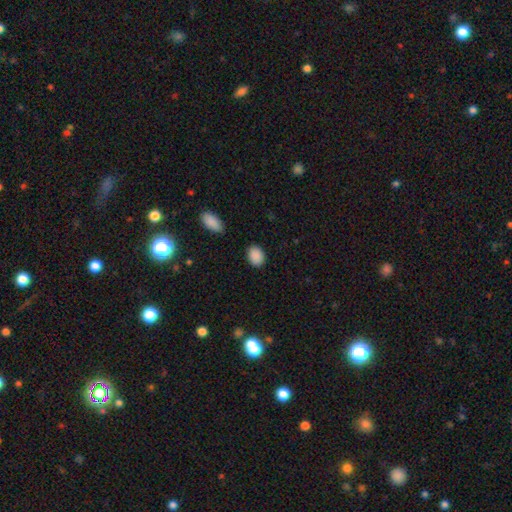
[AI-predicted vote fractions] Q: Smooth or featured?
A: smooth (89%); runner-up: star or artifact (8%)
Q: How rounded?
A: in between (70%); runner-up: round (29%)
Q: Merging?
A: none (86%); runner-up: minor disturbance (10%)